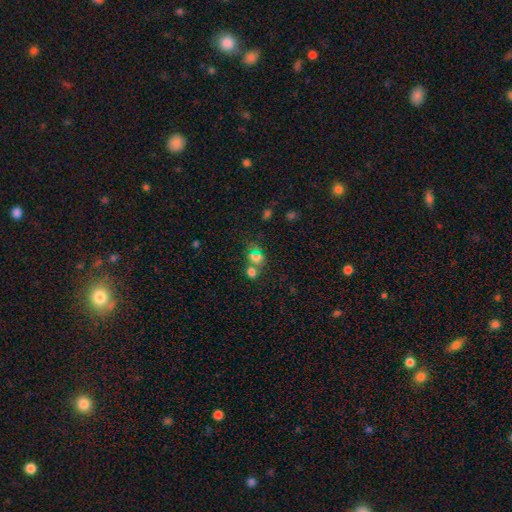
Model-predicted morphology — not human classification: A smooth galaxy with no disk features (63%) that is in between round and cigar-shaped (57%). Merging: none (42%).